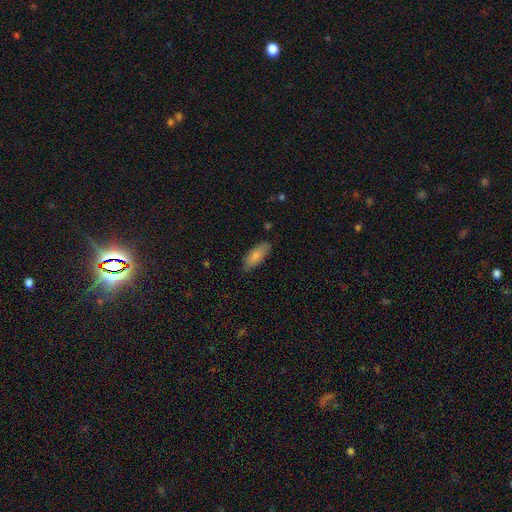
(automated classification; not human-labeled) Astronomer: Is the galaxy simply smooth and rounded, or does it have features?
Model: smooth — 82%.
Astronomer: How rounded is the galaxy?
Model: in between — 77%.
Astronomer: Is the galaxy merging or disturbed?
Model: none — 82%.